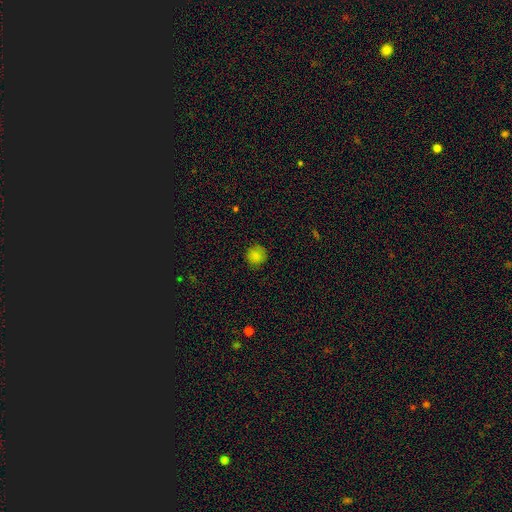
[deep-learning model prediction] smooth_or_featured: smooth (p=0.83) [alt: star or artifact p=0.12]
how_rounded: round (p=0.91) [alt: in between p=0.08]
merging: none (p=0.85) [alt: minor disturbance p=0.11]